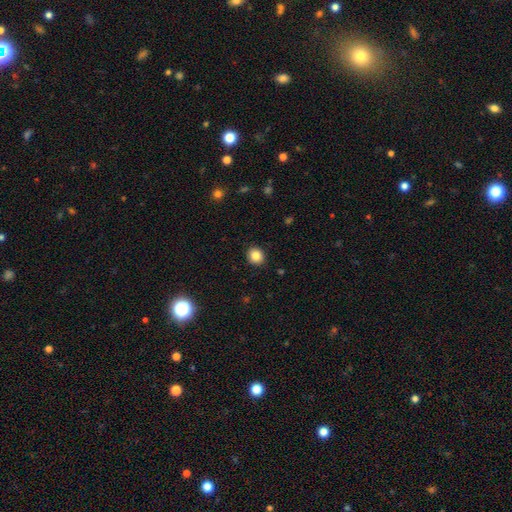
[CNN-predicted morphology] Smooth or featured? Predicted: smooth (p=0.85). How rounded? Predicted: round (p=0.79). Merging? Predicted: none (p=0.91).